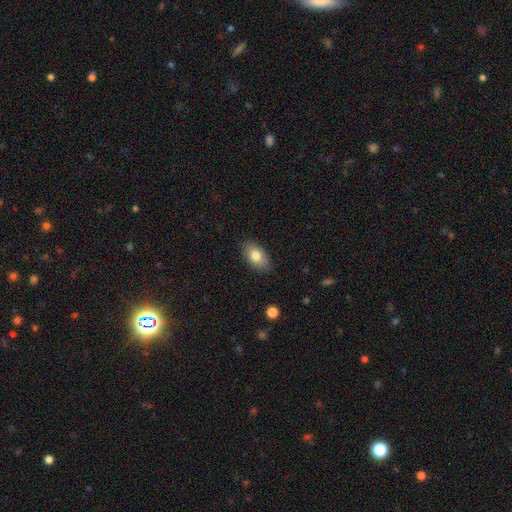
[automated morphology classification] Smooth or featured? smooth (80%)
How rounded? in between (92%)
Merging? none (85%)